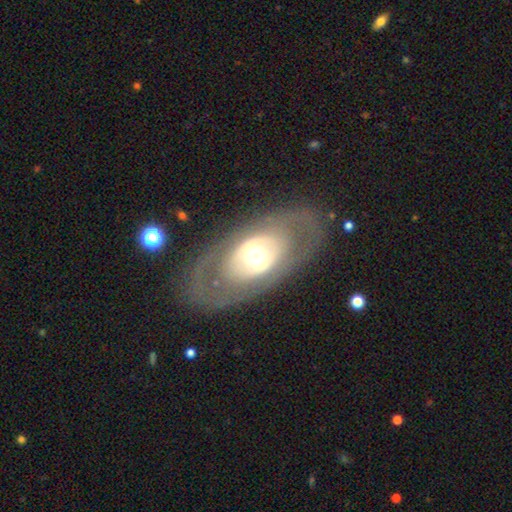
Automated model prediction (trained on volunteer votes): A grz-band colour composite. It shows a featured or disk galaxy (66%) with no bar (80%), no spiral arms (80%) and a moderate central bulge (59%). Merging: none (77%).